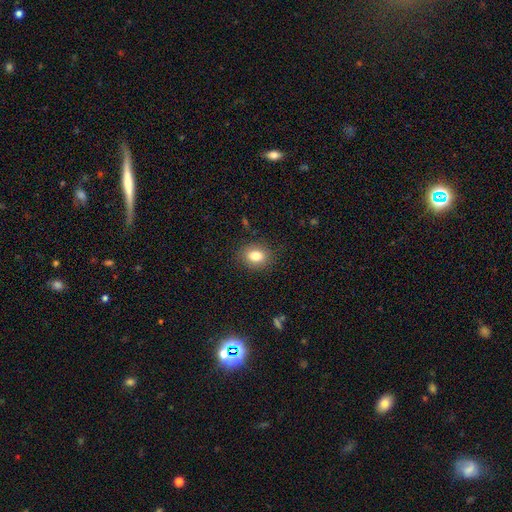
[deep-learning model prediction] Morphology: type=smooth (82%); roundness=in between (53%); merging=none (86%).